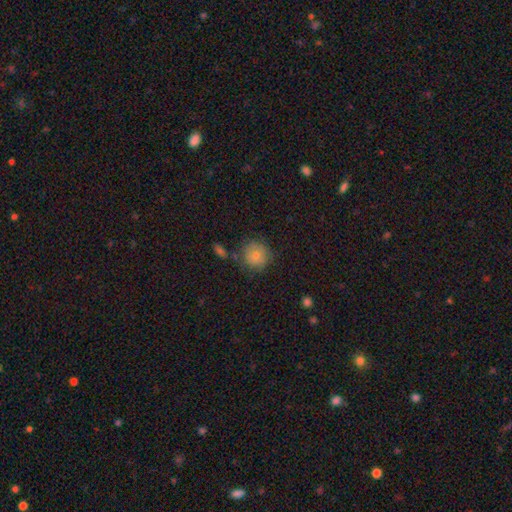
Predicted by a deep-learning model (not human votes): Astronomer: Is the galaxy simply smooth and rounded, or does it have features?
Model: smooth — 78%.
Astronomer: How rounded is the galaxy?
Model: round — 89%.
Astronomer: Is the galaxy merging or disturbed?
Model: none — 70%.